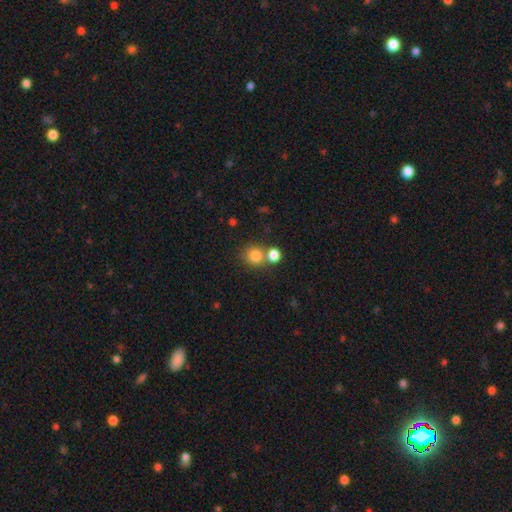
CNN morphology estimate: Q: Smooth or featured?
A: smooth (81%); runner-up: star or artifact (12%)
Q: How rounded?
A: round (86%); runner-up: in between (13%)
Q: Merging?
A: none (58%); runner-up: merger (31%)